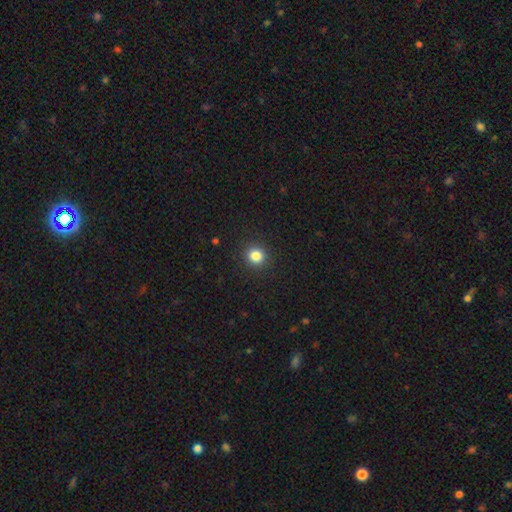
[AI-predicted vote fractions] Smooth or featured? Predicted: smooth (p=0.84). How rounded? Predicted: round (p=0.88). Merging? Predicted: none (p=0.92).